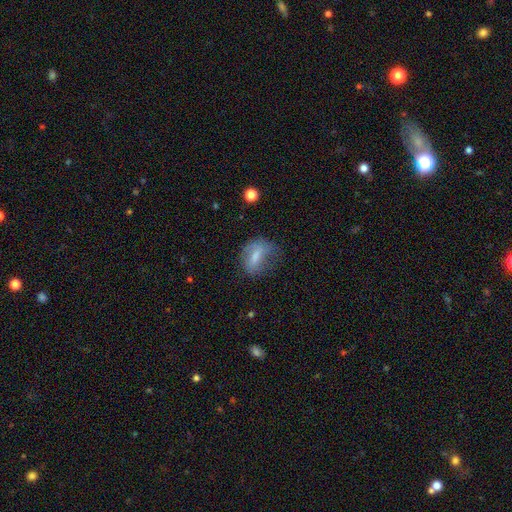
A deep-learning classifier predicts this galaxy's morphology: type=smooth (58%); roundness=in between (70%); merging=none (45%).